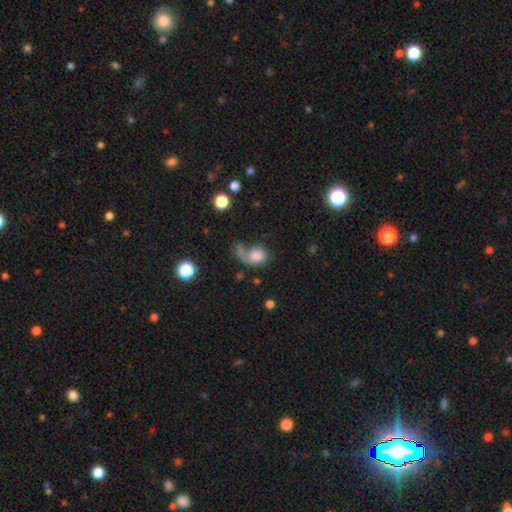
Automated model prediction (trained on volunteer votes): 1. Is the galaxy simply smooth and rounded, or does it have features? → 72% smooth, 18% featured or disk, 10% star or artifact.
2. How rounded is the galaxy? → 50% in between, 48% round, 2% cigar-shaped.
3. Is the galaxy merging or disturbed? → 31% major disturbance, 30% none, 23% merger, 16% minor disturbance.